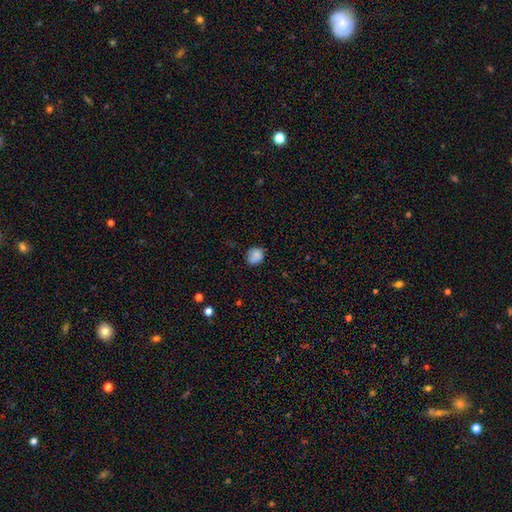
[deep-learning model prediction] Morphology: type=smooth (83%); roundness=round (71%); merging=none (72%).